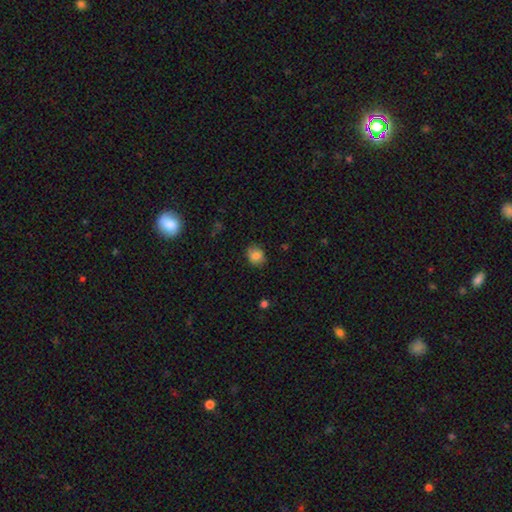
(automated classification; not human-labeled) This is clearly a smooth galaxy (83%). How rounded: possibly round (60%). Merging: likely none (80%).